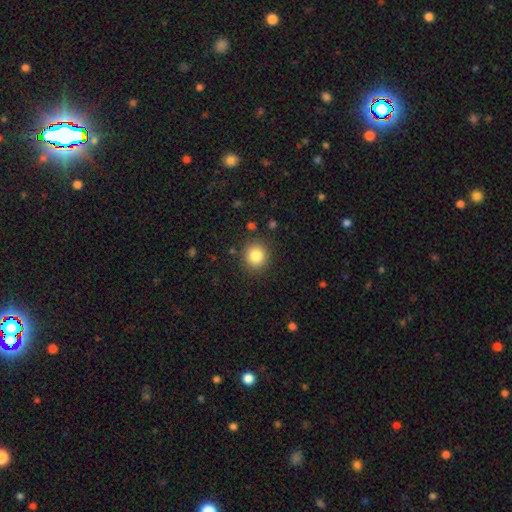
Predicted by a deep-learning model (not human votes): Morphology: type=smooth (84%); roundness=round (90%); merging=none (89%).